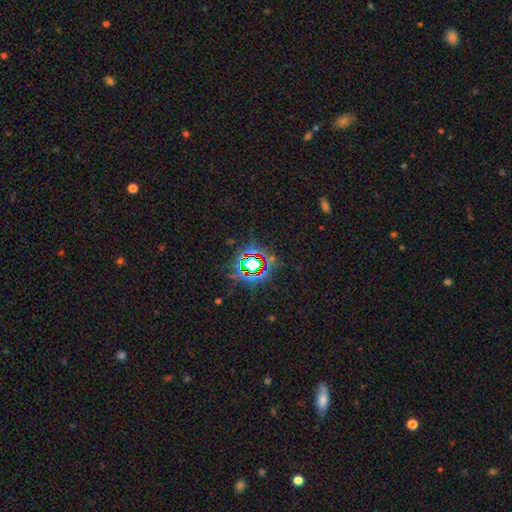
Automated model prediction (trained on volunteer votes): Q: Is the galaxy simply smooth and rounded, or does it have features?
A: star or artifact — 76%.